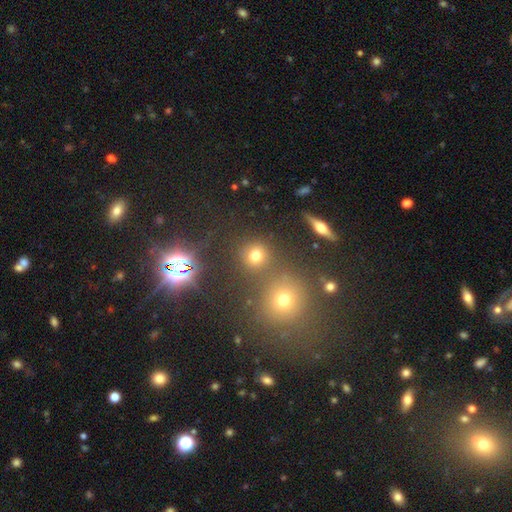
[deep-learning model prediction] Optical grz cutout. It shows a smooth galaxy with no disk features (68%) that is round (90%). Merging: none (80%).